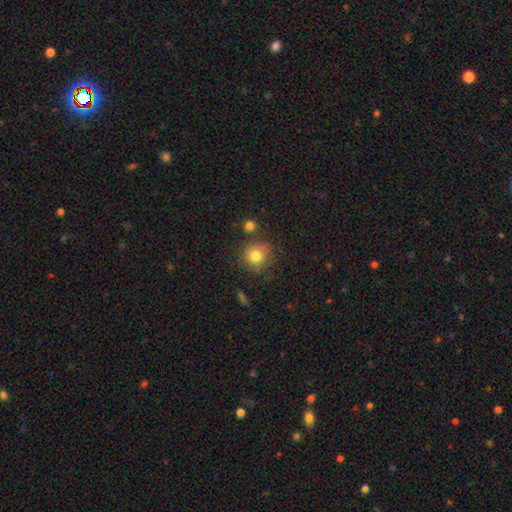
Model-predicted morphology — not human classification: type=smooth (79%); roundness=round (89%); merging=none (75%).